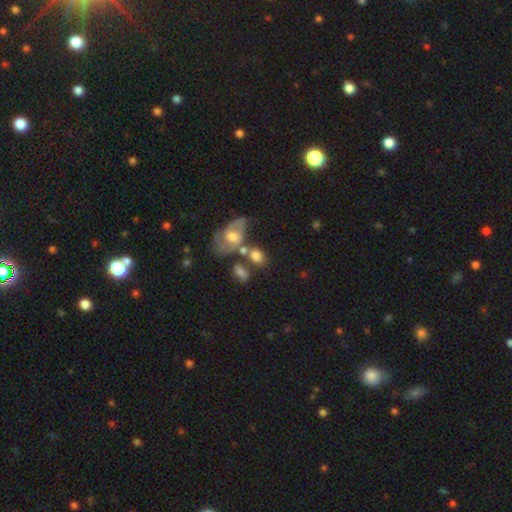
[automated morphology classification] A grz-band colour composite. It shows a smooth galaxy with no disk features (68%) that is in between round and cigar-shaped (71%). Merging: merger (37%).